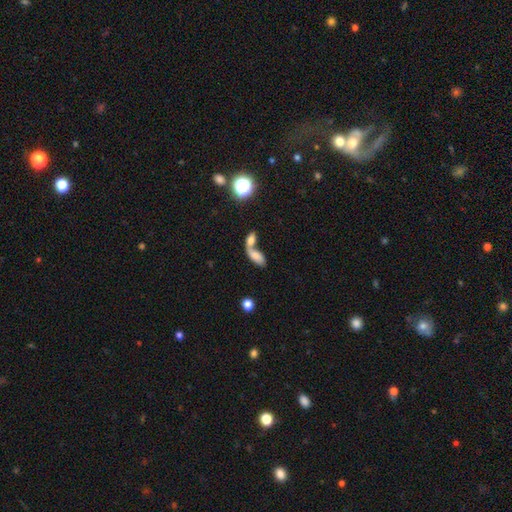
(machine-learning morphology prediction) Overall: smooth (71%). How rounded: in between (79%). Merging: merger (70%).